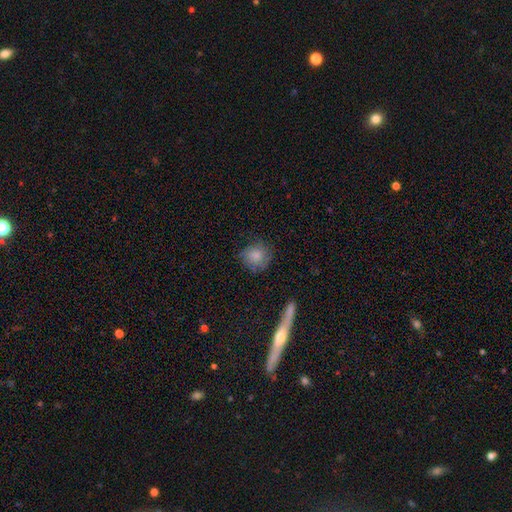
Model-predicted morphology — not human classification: smooth 75%, featured or disk 17%, star or artifact 8%. Down the decision tree: how rounded — round (87%); merging — none (71%).